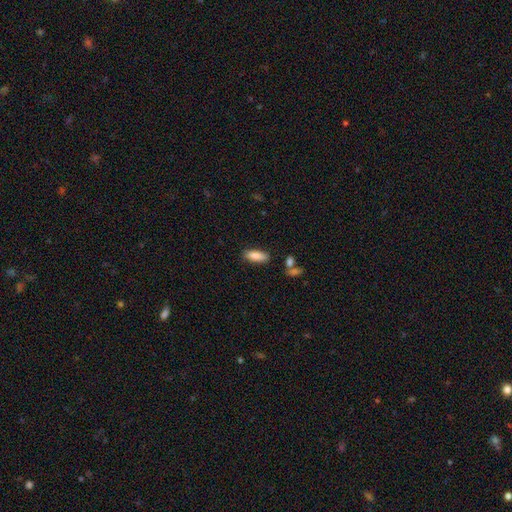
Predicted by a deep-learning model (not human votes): Smooth or featured? smooth (86%)
How rounded? in between (68%)
Merging? none (83%)